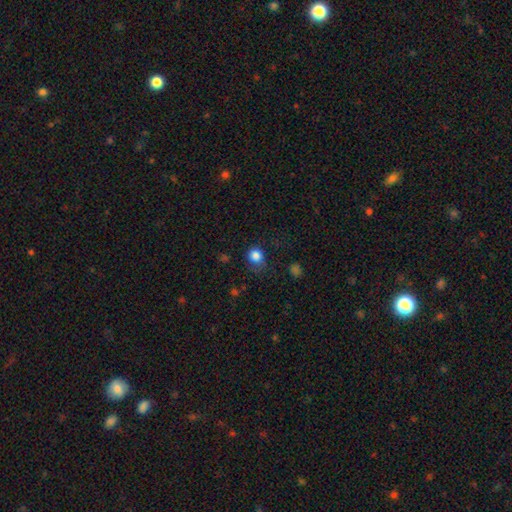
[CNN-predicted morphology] smooth_or_featured: smooth (p=0.84) [alt: star or artifact p=0.11]
how_rounded: round (p=0.82) [alt: in between p=0.18]
merging: none (p=0.69) [alt: minor disturbance p=0.21]